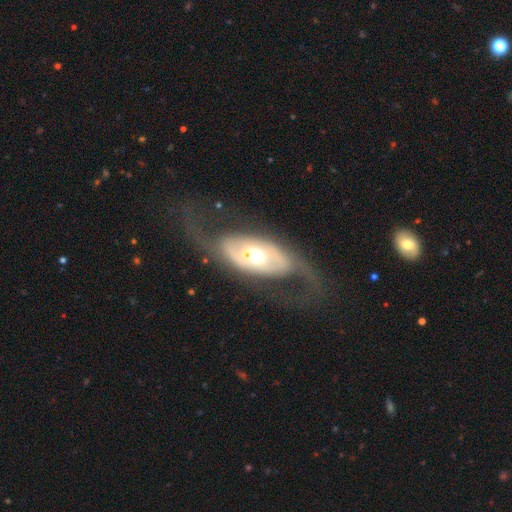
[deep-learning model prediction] This is likely a featured or disk galaxy (72%). It is clearly not viewed edge-on (89%). Bar: likely no (68%). Spiral arm pattern: possibly yes (51%). Central bulge: likely moderate (65%). Merging: possibly none (49%).